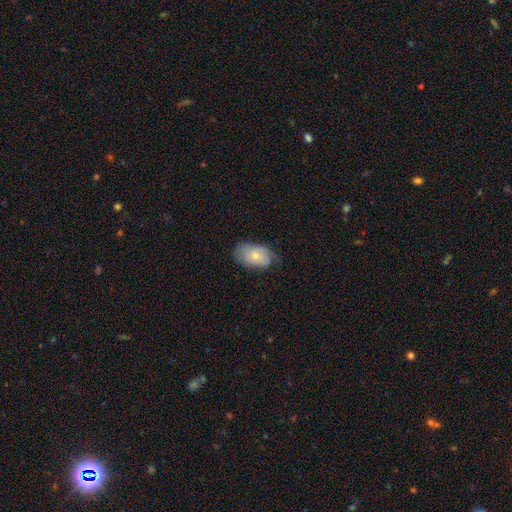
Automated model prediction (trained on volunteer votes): Morphology: type=smooth (71%); roundness=in between (91%); merging=none (59%).